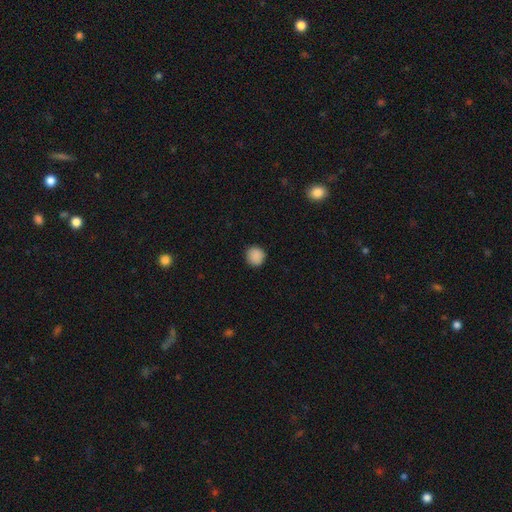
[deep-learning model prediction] A smooth galaxy with no disk features (89%) that is round (93%).

Vote fractions:
- Smooth or featured? smooth: 89% / star or artifact: 9% / featured or disk: 3%
- How rounded? round: 93% / in between: 6% / cigar-shaped: 1%
- Merging? none: 90% / minor disturbance: 7% / major disturbance: 2% / merger: 1%